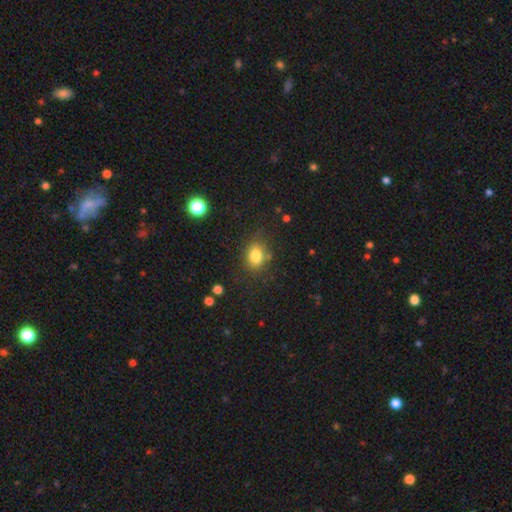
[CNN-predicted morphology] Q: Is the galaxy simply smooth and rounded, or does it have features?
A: smooth — 81%.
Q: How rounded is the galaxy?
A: in between — 59%.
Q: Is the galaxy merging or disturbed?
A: none — 74%.